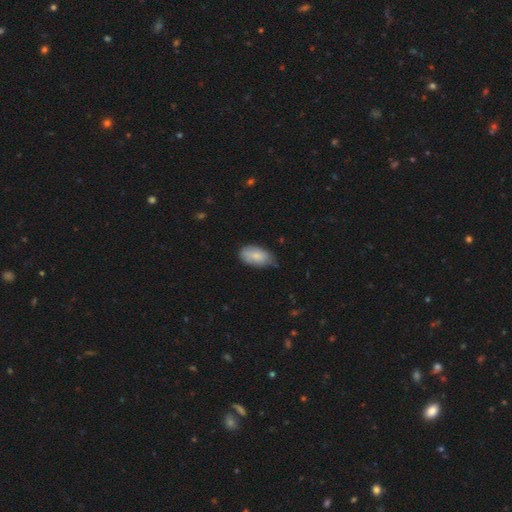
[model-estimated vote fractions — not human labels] smooth-or-featured: smooth: 81% | featured or disk: 13% | star or artifact: 6%
  how-rounded: in between: 93% | round: 4% | cigar-shaped: 3%
  merging: none: 59% | minor disturbance: 34% | major disturbance: 5% | merger: 2%